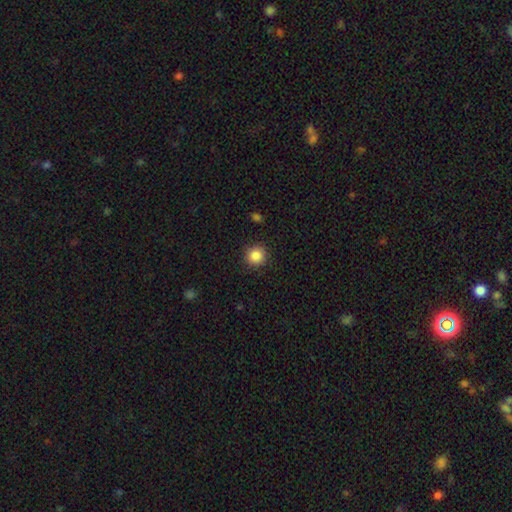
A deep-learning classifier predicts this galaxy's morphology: type=smooth (86%); roundness=round (93%); merging=none (90%).